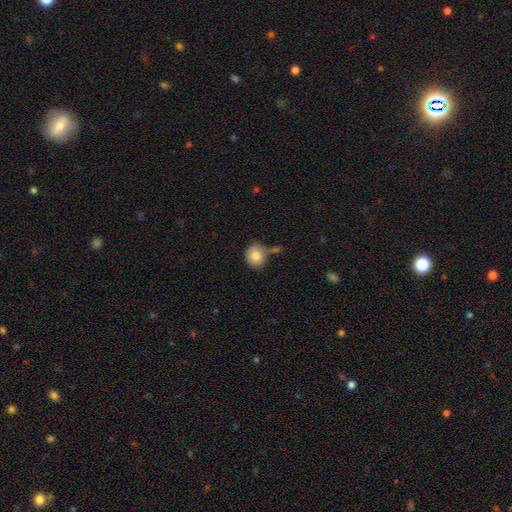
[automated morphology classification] Smooth or featured? Predicted: smooth (p=0.84). How rounded? Predicted: round (p=0.77). Merging? Predicted: none (p=0.64).